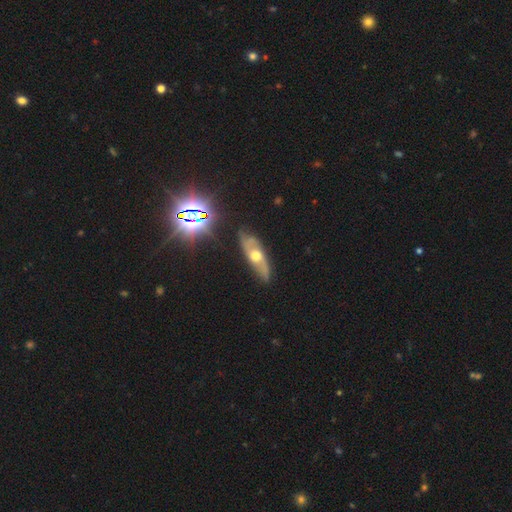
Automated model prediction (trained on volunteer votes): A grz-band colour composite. It shows a featured or disk galaxy (66%). Merging: none (72%).